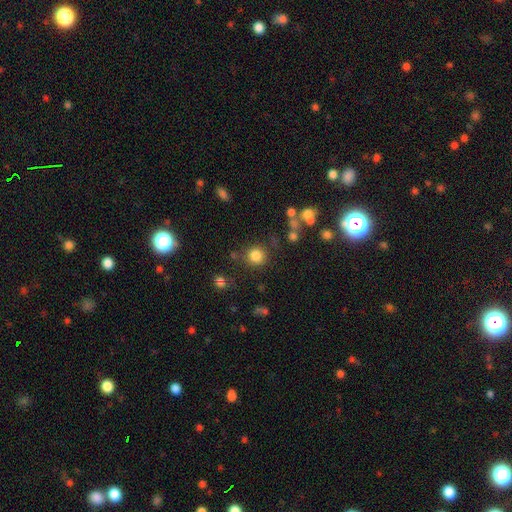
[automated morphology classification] A smooth galaxy with no disk features (81%) that is round (91%). Merging: none (80%).